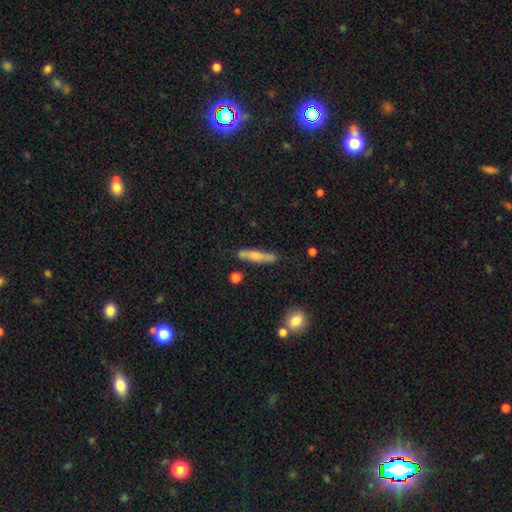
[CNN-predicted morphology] This appears to be a smooth galaxy with no disk features (66%) that is cigar-shaped (87%). Merging: none (81%).